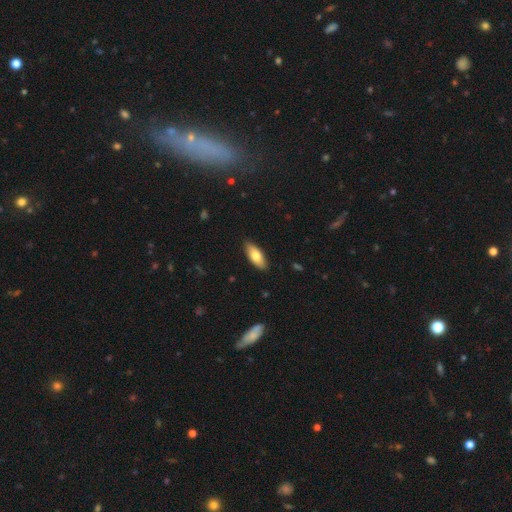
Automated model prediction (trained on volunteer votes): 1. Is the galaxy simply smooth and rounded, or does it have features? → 77% smooth, 17% featured or disk, 6% star or artifact.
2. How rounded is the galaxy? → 77% in between, 21% cigar-shaped, 2% round.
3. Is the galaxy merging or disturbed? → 88% none, 10% minor disturbance, 2% major disturbance, 1% merger.